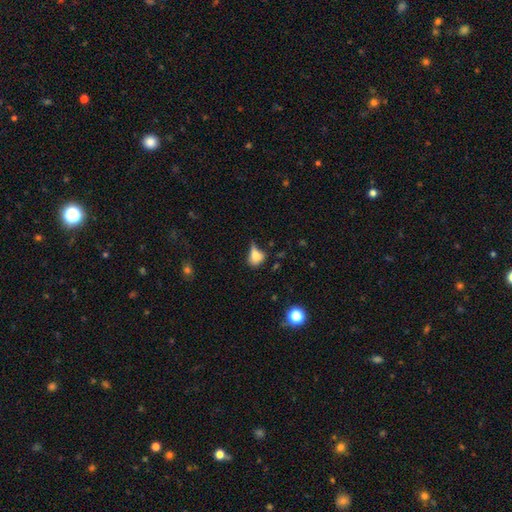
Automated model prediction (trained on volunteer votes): smooth-or-featured: smooth: 73% | featured or disk: 15% | star or artifact: 12%
  how-rounded: in between: 66% | round: 30% | cigar-shaped: 4%
  merging: minor disturbance: 35% | none: 31% | major disturbance: 25% | merger: 9%